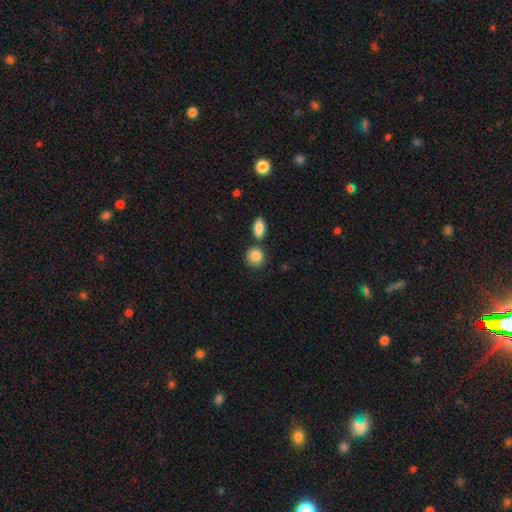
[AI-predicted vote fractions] smooth-or-featured: smooth: 87% | star or artifact: 7% | featured or disk: 6%
  how-rounded: round: 77% | in between: 21% | cigar-shaped: 2%
  merging: none: 68% | merger: 16% | minor disturbance: 13% | major disturbance: 3%